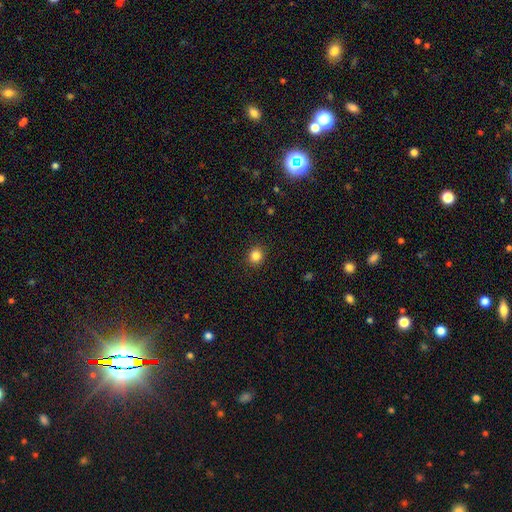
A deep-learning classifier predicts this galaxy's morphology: Smooth or featured?
  - smooth: 84% *
  - star or artifact: 11%
  - featured or disk: 4%
How rounded?
  - round: 84% *
  - in between: 16%
  - cigar-shaped: 1%
Merging?
  - none: 91% *
  - minor disturbance: 6%
  - major disturbance: 2%
  - merger: 1%